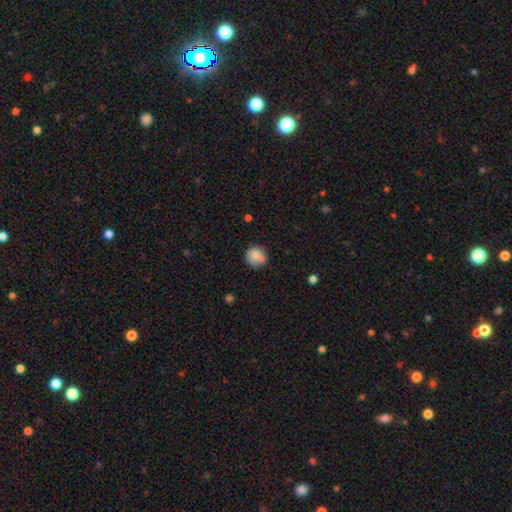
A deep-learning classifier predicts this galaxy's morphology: smooth 79%, featured or disk 12%, star or artifact 9%. Down the decision tree: how rounded — round (89%); merging — none (62%).